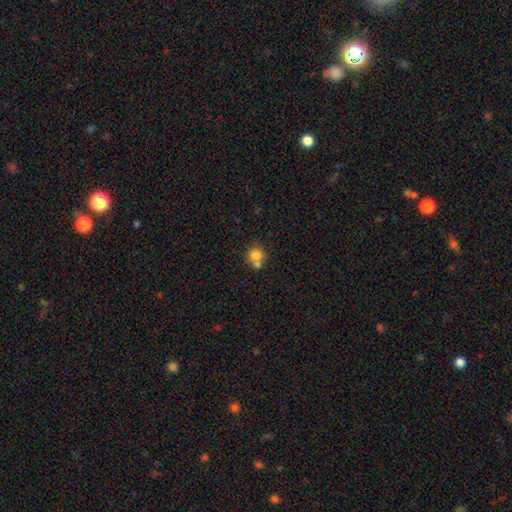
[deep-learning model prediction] Smooth or featured?
  - smooth: 79% *
  - star or artifact: 11%
  - featured or disk: 10%
How rounded?
  - round: 88% *
  - in between: 11%
  - cigar-shaped: 1%
Merging?
  - none: 51% *
  - merger: 37%
  - minor disturbance: 8%
  - major disturbance: 3%